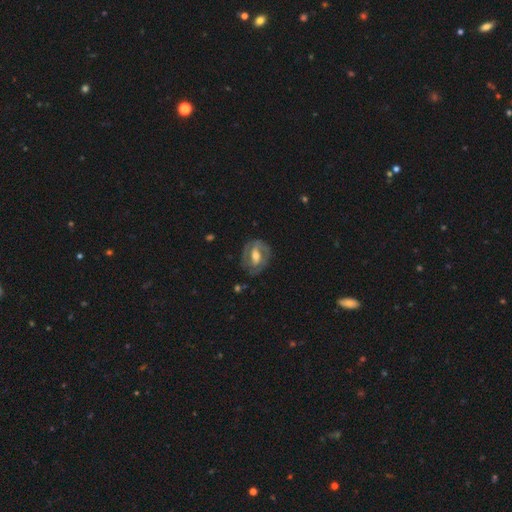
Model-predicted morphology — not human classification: Overall: featured or disk (76%). Edge-on disk: no (95%). Bar: weak (40%; strong 38%). Spiral arms: yes (75%). Spiral arm count: 2 (73%). Spiral winding: tight (50%; medium 38%). Bulge size: moderate (65%). Merging: none (74%).